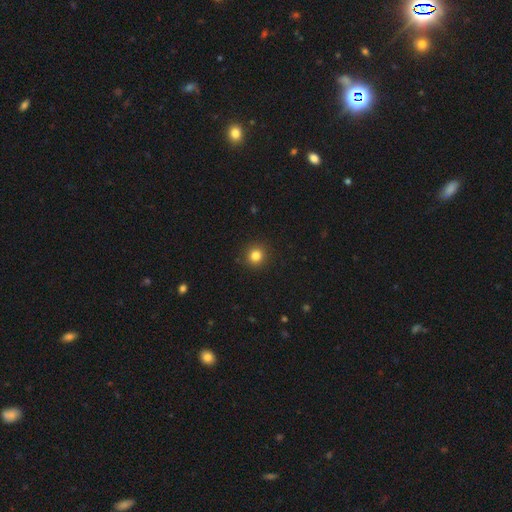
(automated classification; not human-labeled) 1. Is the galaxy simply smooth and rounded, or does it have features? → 82% smooth, 12% star or artifact, 5% featured or disk.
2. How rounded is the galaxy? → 93% round, 6% in between, 1% cigar-shaped.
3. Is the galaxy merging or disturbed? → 92% none, 5% minor disturbance, 2% major disturbance, 1% merger.